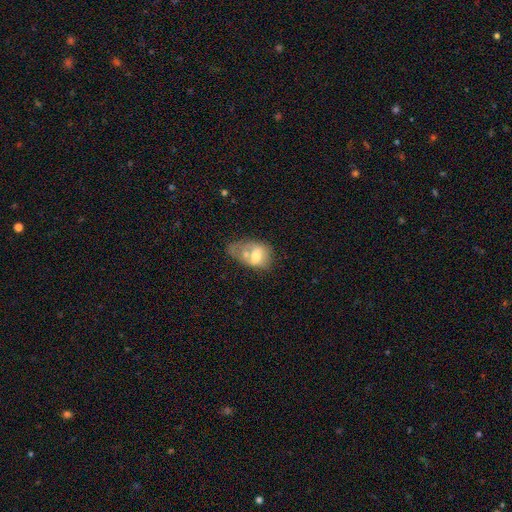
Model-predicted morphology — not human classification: This appears to be a smooth galaxy with no disk features (55%) that is in between round and cigar-shaped (78%). Merging: merger (40%).